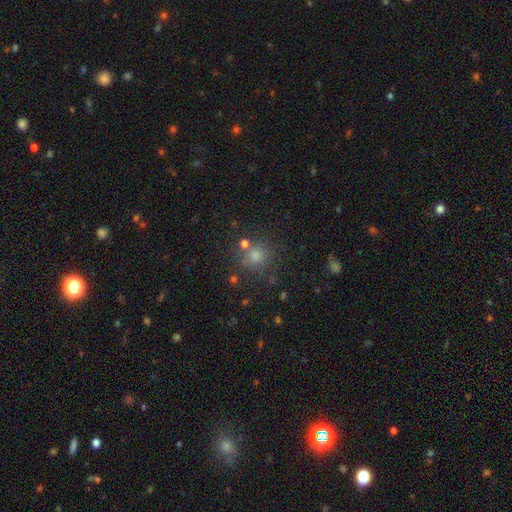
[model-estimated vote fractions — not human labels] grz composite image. It shows a smooth galaxy with no disk features (68%) that is round (90%). Merging: none (76%).